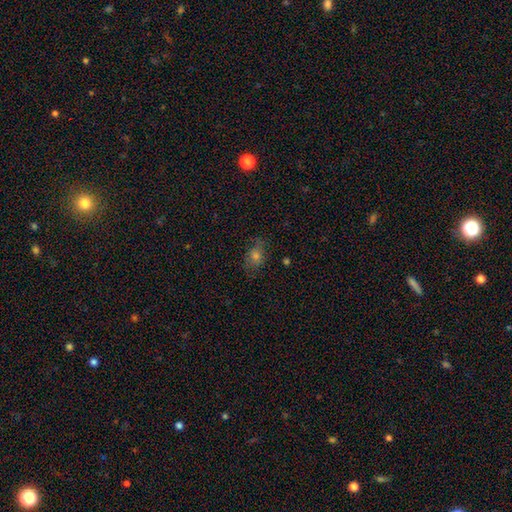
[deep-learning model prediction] smooth_or_featured: smooth (p=0.54) [alt: featured or disk p=0.25]
how_rounded: in between (p=0.61) [alt: round p=0.37]
merging: none (p=0.67) [alt: minor disturbance p=0.22]